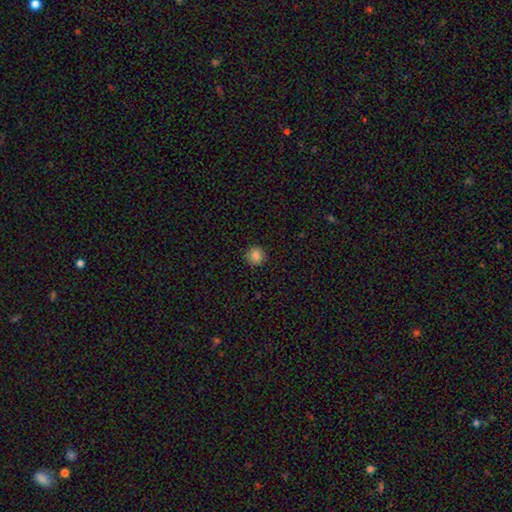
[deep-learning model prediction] Overall: smooth (84%). How rounded: round (94%). Merging: none (92%).